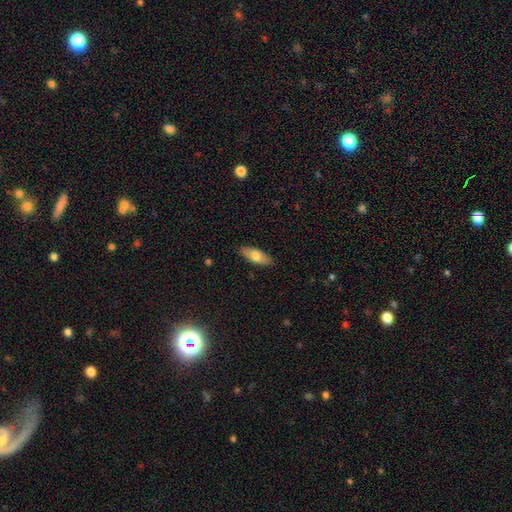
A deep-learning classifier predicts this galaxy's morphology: Smooth or featured: smooth — 73% (featured or disk — 21%)
How rounded: in between — 72% (cigar-shaped — 26%)
Merging: none — 88% (minor disturbance — 9%)